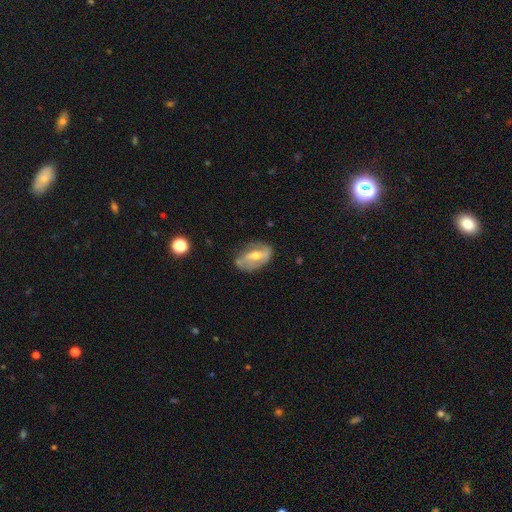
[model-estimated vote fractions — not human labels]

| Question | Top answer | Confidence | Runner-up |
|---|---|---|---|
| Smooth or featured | featured or disk | 63% | smooth (31%) |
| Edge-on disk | no | 92% | yes (8%) |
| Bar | weak | 38% | strong (33%) |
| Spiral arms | yes | 69% | no (31%) |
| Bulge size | moderate | 62% | small (31%) |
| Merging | none | 64% | minor disturbance (25%) |